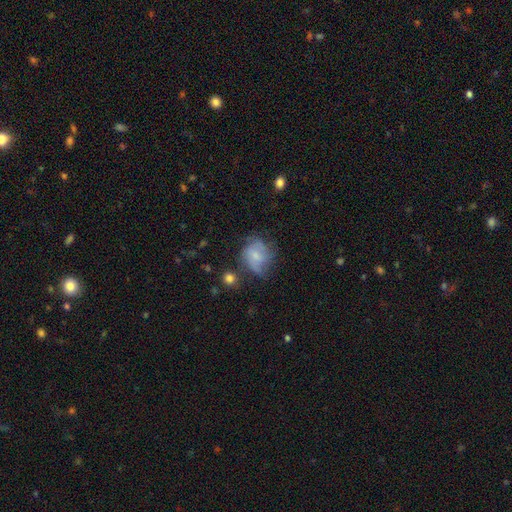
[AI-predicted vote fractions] This is possibly a smooth galaxy (50%). Merging: possibly none (50%).